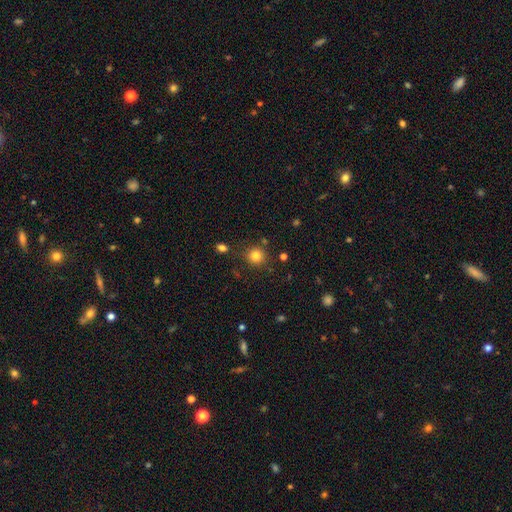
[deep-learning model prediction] smooth_or_featured: smooth (p=0.81) [alt: star or artifact p=0.13]
how_rounded: round (p=0.92) [alt: in between p=0.08]
merging: none (p=0.83) [alt: minor disturbance p=0.09]